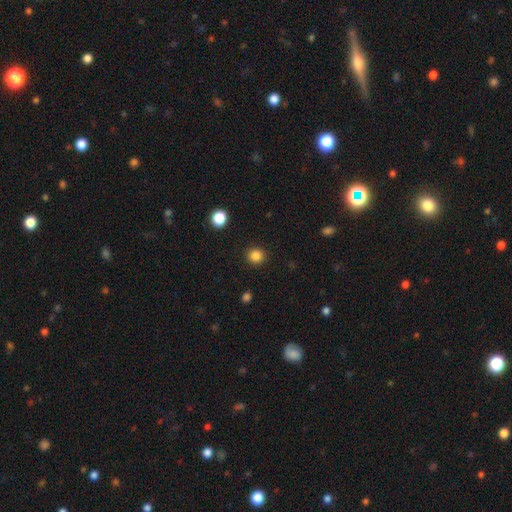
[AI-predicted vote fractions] Overall: smooth (85%). How rounded: round (91%). Merging: none (91%).